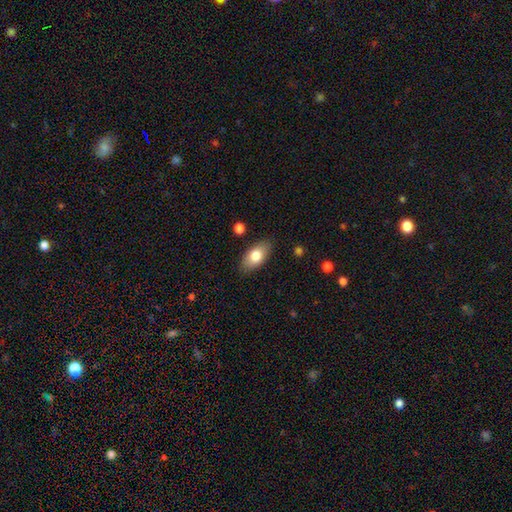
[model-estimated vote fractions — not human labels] This is likely a smooth galaxy (77%). How rounded: clearly in between (91%). Merging: clearly none (85%).